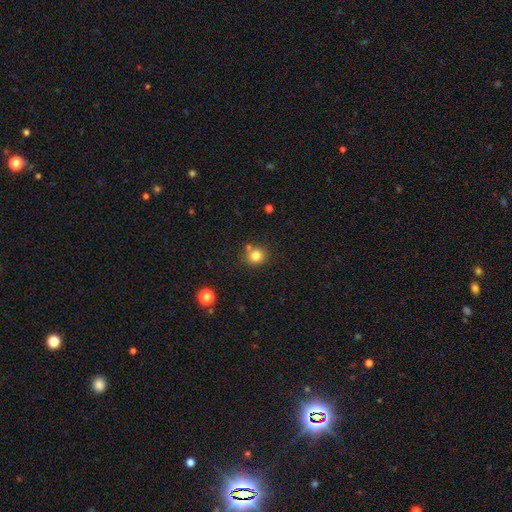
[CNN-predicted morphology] This appears to be a smooth galaxy with no disk features (80%) that is round (86%). Merging: none (72%).